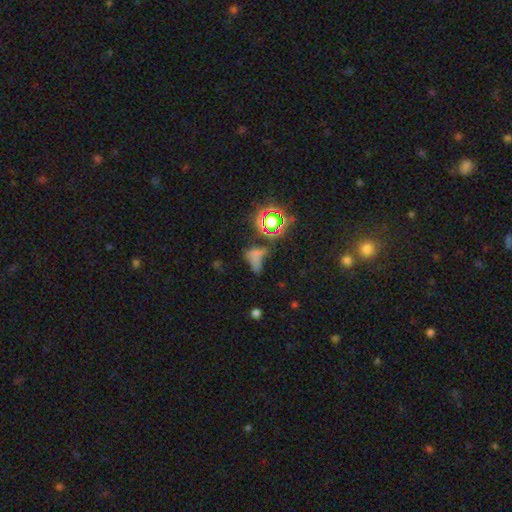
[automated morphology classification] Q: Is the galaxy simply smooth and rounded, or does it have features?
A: smooth — 45%.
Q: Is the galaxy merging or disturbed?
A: none — 36%.